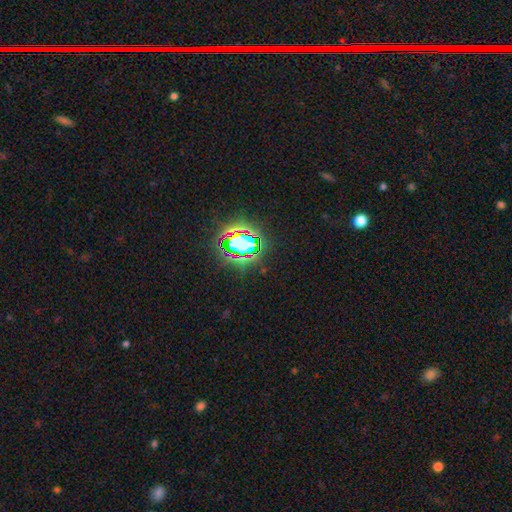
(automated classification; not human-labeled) A star or artifact, not a galaxy (84%).